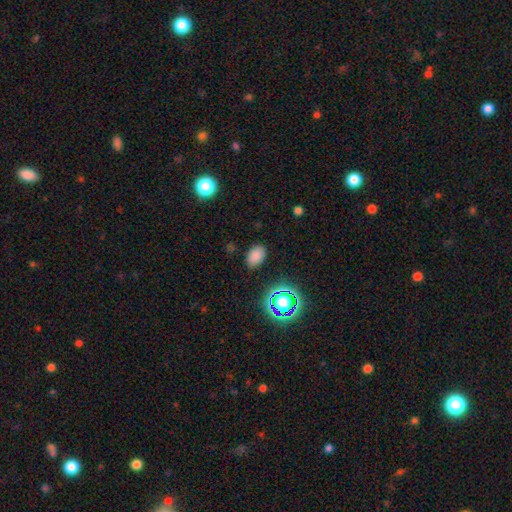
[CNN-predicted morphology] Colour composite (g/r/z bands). It shows a smooth galaxy with no disk features (79%) that is in between round and cigar-shaped (86%). Merging: none (85%).